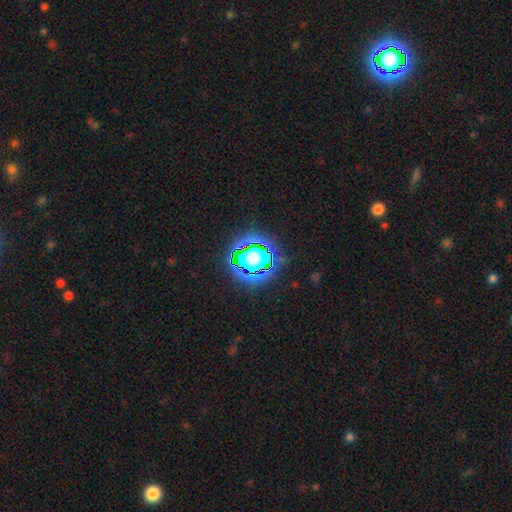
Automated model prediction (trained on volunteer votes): Smooth or featured?
  - star or artifact: 64% *
  - smooth: 23%
  - featured or disk: 12%